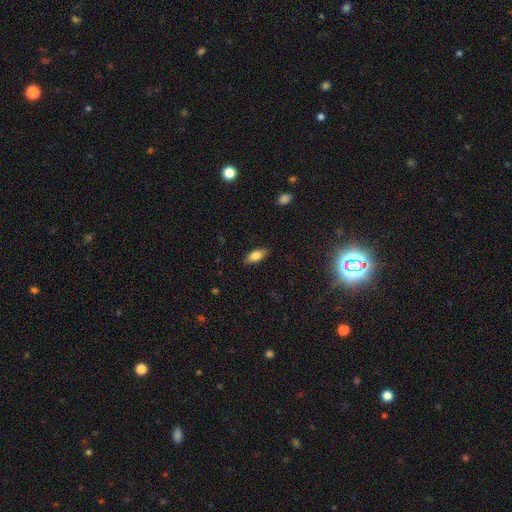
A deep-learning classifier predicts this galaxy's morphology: This appears to be a smooth galaxy with no disk features (77%) that is in between round and cigar-shaped (84%). Merging: none (87%).